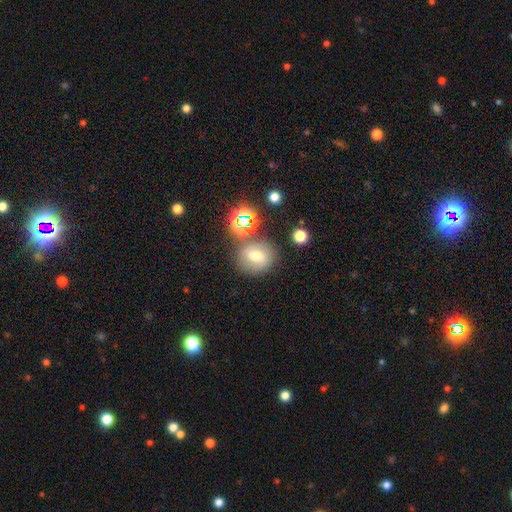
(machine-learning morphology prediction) Smooth or featured: smooth — 60% (featured or disk — 22%)
How rounded: round — 77% (in between — 22%)
Merging: none — 71% (merger — 13%)